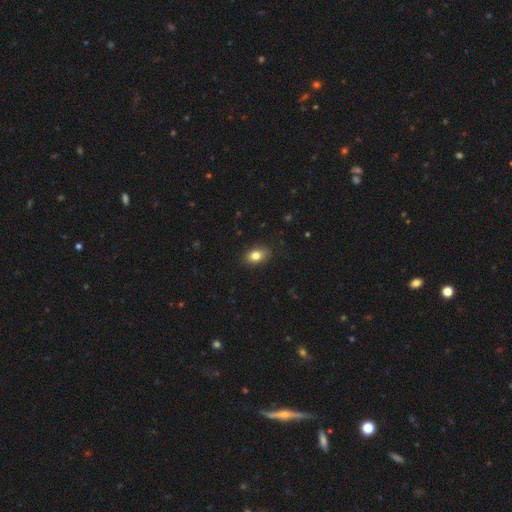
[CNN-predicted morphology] smooth-or-featured: smooth: 82% | featured or disk: 9% | star or artifact: 9%
  how-rounded: in between: 85% | round: 13% | cigar-shaped: 2%
  merging: none: 87% | minor disturbance: 10% | major disturbance: 2% | merger: 1%